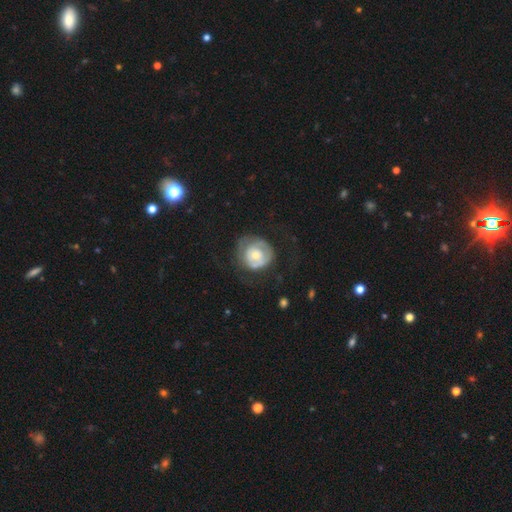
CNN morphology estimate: smooth_or_featured: featured or disk (p=0.53) [alt: smooth p=0.41]
disk_edge_on: no (p=0.97) [alt: yes p=0.03]
bar: no (p=0.81) [alt: weak p=0.16]
has_spiral_arms: yes (p=0.53) [alt: no p=0.47]
bulge_size: moderate (p=0.53) [alt: small p=0.36]
merging: none (p=0.50) [alt: minor disturbance p=0.25]